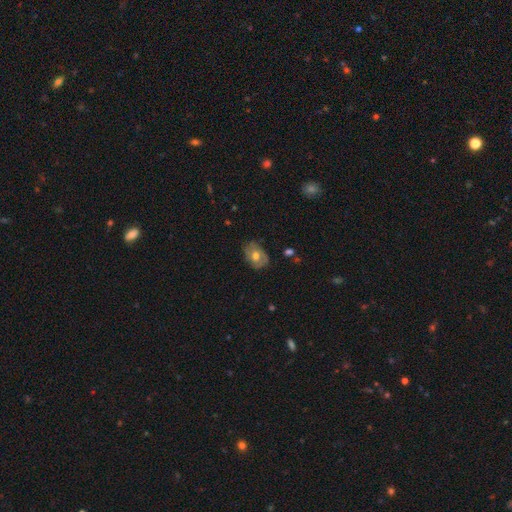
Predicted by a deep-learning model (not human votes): Smooth or featured?
  - smooth: 47% *
  - featured or disk: 45%
  - star or artifact: 8%
Merging?
  - none: 63% *
  - minor disturbance: 27%
  - major disturbance: 9%
  - merger: 2%